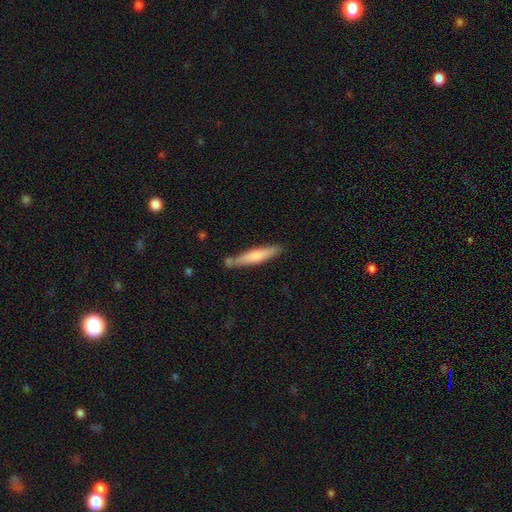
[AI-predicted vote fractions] Smooth or featured? smooth (67%)
How rounded? cigar-shaped (91%)
Merging? none (73%)